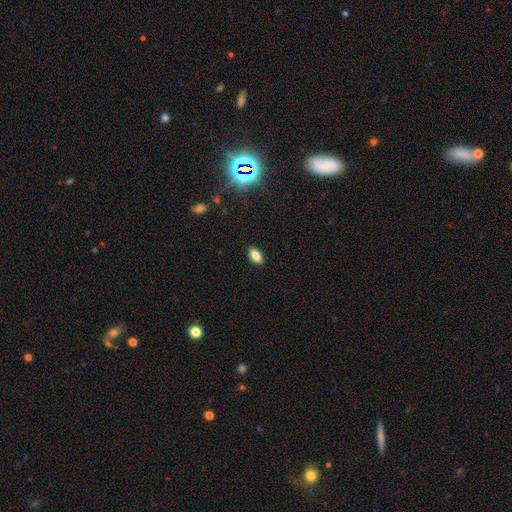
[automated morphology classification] Smooth or featured? Predicted: smooth (p=0.82). How rounded? Predicted: in between (p=0.90). Merging? Predicted: none (p=0.89).